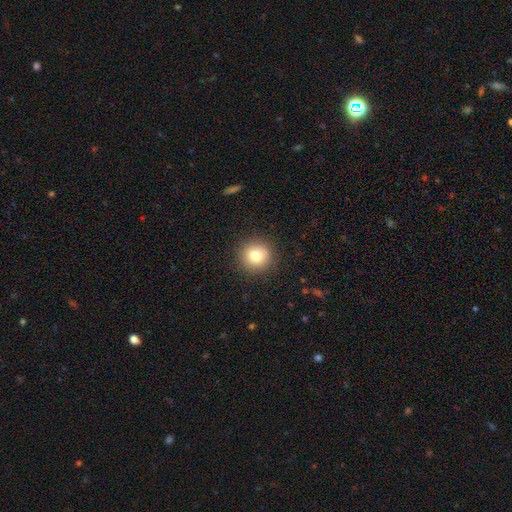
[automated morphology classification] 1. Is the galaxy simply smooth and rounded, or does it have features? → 79% smooth, 11% star or artifact, 10% featured or disk.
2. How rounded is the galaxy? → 93% round, 6% in between, 1% cigar-shaped.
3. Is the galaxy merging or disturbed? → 90% none, 7% minor disturbance, 3% major disturbance, 1% merger.